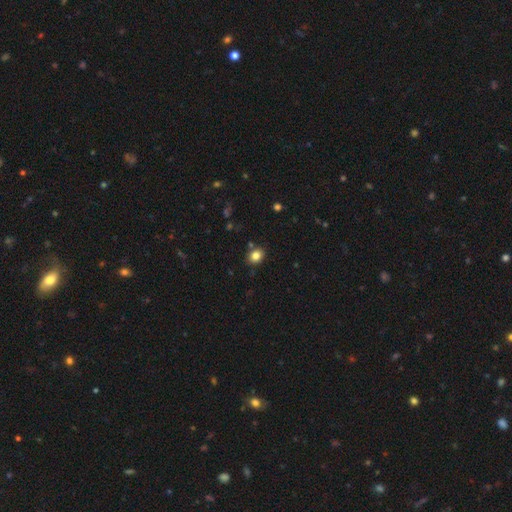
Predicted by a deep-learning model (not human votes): smooth 83%, star or artifact 11%, featured or disk 6%. Down the decision tree: how rounded — round (56%); merging — none (84%).